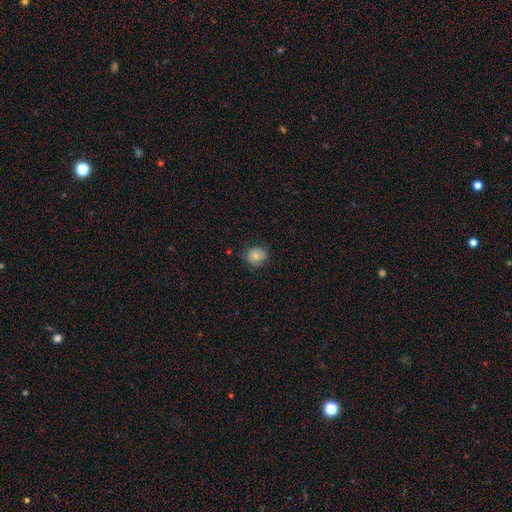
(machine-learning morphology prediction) Smooth or featured? Predicted: smooth (p=0.79). How rounded? Predicted: round (p=0.82). Merging? Predicted: none (p=0.75).